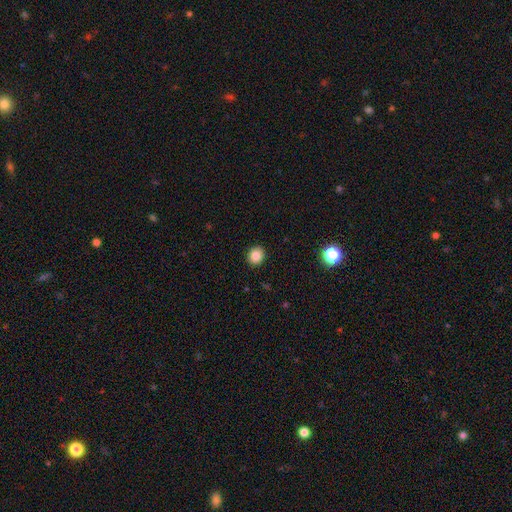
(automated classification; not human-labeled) Q: Smooth or featured?
A: smooth (85%); runner-up: star or artifact (10%)
Q: How rounded?
A: round (82%); runner-up: in between (17%)
Q: Merging?
A: none (92%); runner-up: minor disturbance (5%)